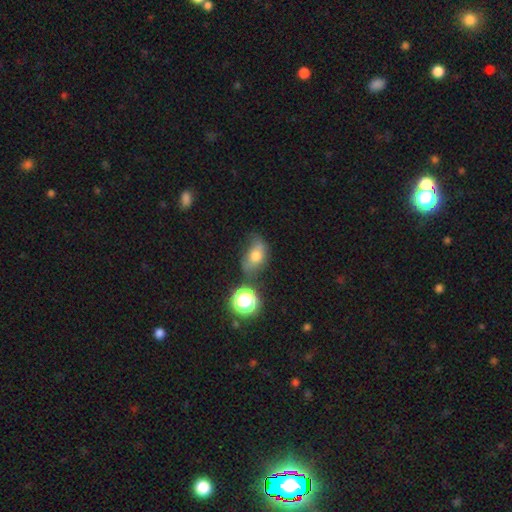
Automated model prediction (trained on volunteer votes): Q: Smooth or featured?
A: smooth (60%); runner-up: featured or disk (25%)
Q: How rounded?
A: in between (76%); runner-up: round (21%)
Q: Merging?
A: none (47%); runner-up: minor disturbance (28%)